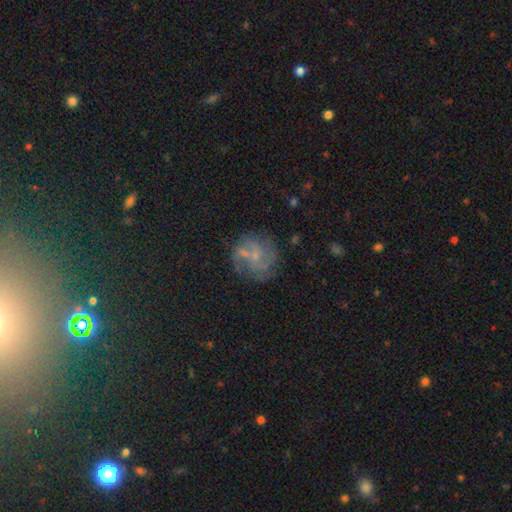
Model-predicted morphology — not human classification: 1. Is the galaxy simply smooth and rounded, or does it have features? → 60% featured or disk, 25% smooth, 15% star or artifact.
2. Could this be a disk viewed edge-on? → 98% no, 2% yes.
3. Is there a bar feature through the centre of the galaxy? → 64% no, 30% weak, 6% strong.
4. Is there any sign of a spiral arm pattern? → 76% yes, 24% no.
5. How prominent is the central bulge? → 66% small, 16% moderate, 16% none, 1% large, 1% dominant.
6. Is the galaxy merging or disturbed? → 66% none, 18% minor disturbance, 12% major disturbance, 5% merger.